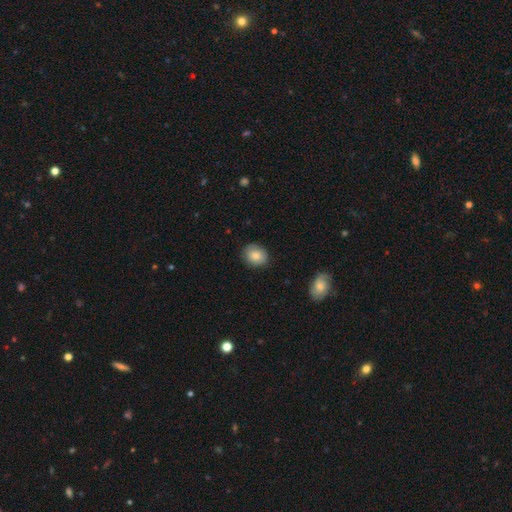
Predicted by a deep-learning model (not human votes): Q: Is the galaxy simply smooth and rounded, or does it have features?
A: smooth — 82%.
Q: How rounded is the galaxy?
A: round — 73%.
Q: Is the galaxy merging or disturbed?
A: none — 83%.